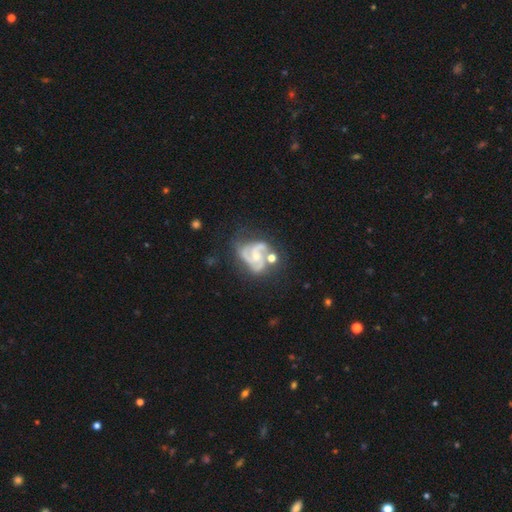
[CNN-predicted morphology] smooth_or_featured: featured or disk (p=0.89) [alt: smooth p=0.06]
disk_edge_on: no (p=0.98) [alt: yes p=0.02]
bar: no (p=0.58) [alt: weak p=0.33]
has_spiral_arms: yes (p=0.98) [alt: no p=0.02]
spiral_winding: medium (p=0.56) [alt: tight p=0.33]
spiral_arm_count: 3 (p=0.58) [alt: 2 p=0.26]
bulge_size: small (p=0.54) [alt: moderate p=0.38]
merging: none (p=0.46) [alt: minor disturbance p=0.22]